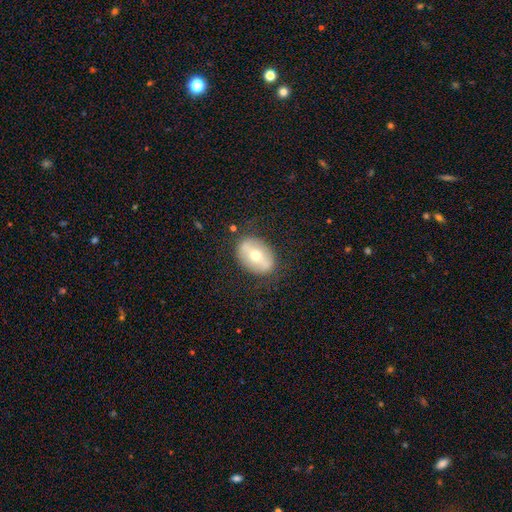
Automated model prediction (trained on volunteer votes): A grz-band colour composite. It shows a featured or disk galaxy (50%). Merging: none (79%).